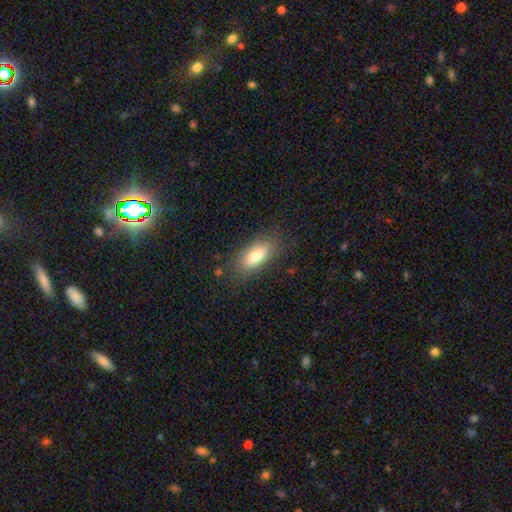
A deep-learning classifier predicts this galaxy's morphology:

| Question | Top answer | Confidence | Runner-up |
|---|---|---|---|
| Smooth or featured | smooth | 78% | featured or disk (15%) |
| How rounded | in between | 78% | cigar-shaped (19%) |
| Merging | none | 81% | minor disturbance (13%) |